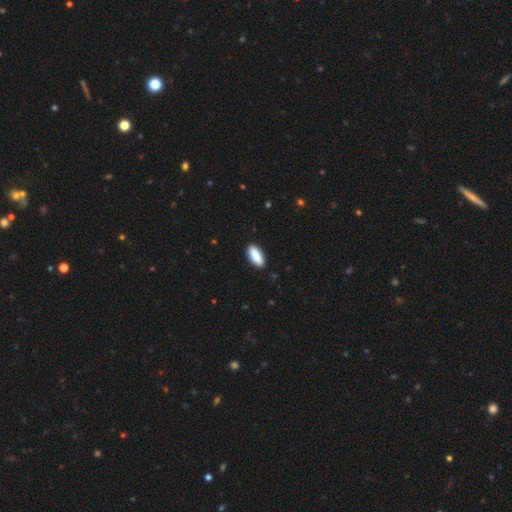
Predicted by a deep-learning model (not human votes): Morphology: type=smooth (84%); roundness=in between (83%); merging=none (90%).